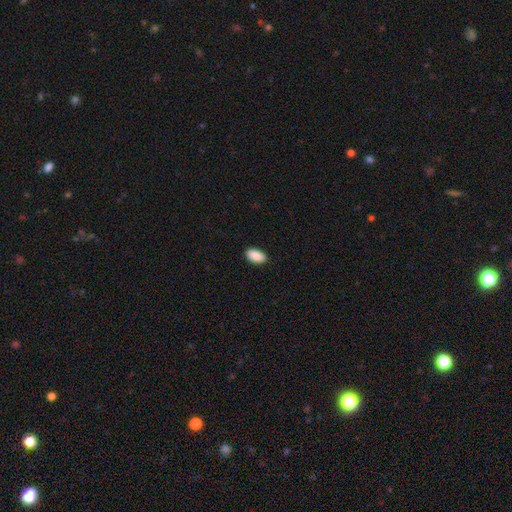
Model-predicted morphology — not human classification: Smooth or featured? smooth (90%)
How rounded? in between (93%)
Merging? none (89%)